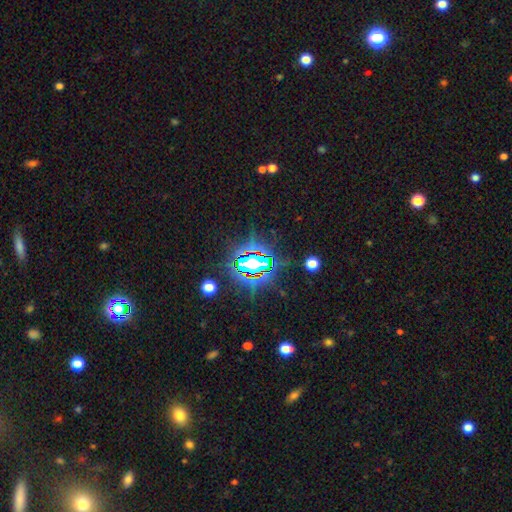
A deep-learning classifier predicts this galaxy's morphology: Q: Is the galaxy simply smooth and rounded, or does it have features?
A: star or artifact — 80%.